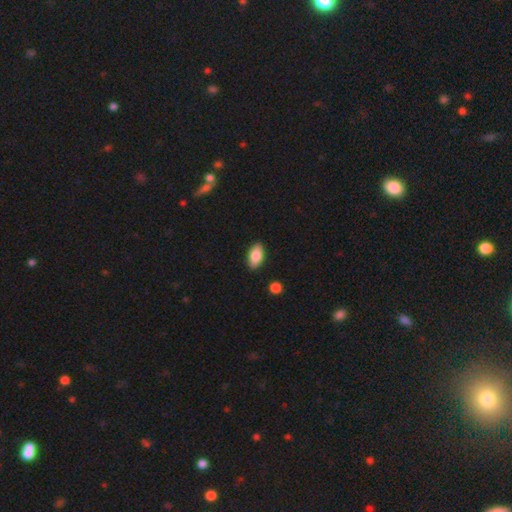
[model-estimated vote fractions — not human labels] The model was most divided on "smooth or featured": smooth: 82%, featured or disk: 11%, star or artifact: 7%. More confident: how rounded — in between (91%); merging — none (87%).